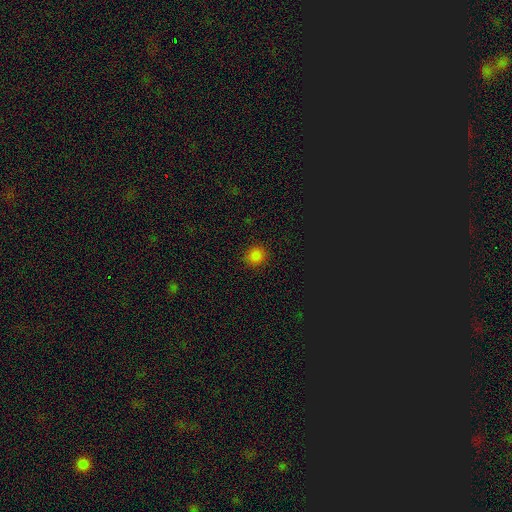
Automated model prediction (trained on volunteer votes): Q: Smooth or featured?
A: smooth (82%); runner-up: star or artifact (15%)
Q: How rounded?
A: round (90%); runner-up: in between (9%)
Q: Merging?
A: none (90%); runner-up: minor disturbance (7%)